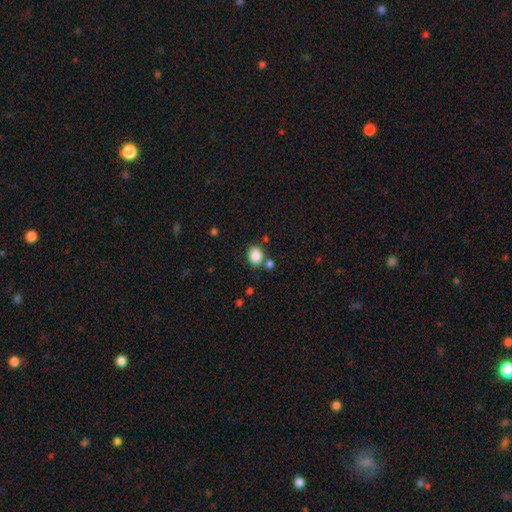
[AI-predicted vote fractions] smooth 86%, star or artifact 9%, featured or disk 5%. Down the decision tree: how rounded — round (51%); merging — none (71%).